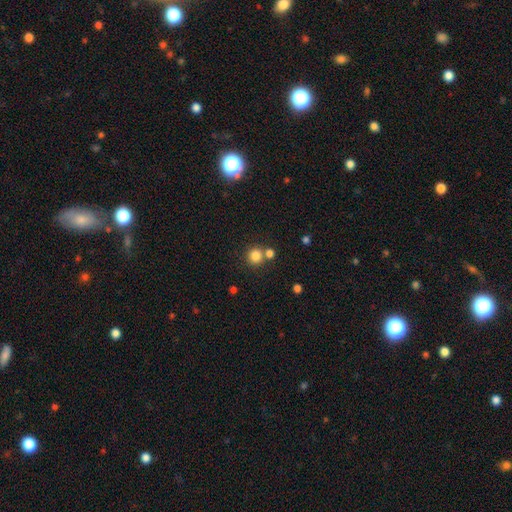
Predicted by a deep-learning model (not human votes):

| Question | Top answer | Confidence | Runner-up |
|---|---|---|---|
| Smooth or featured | smooth | 82% | star or artifact (12%) |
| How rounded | round | 92% | in between (7%) |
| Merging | none | 68% | merger (22%) |